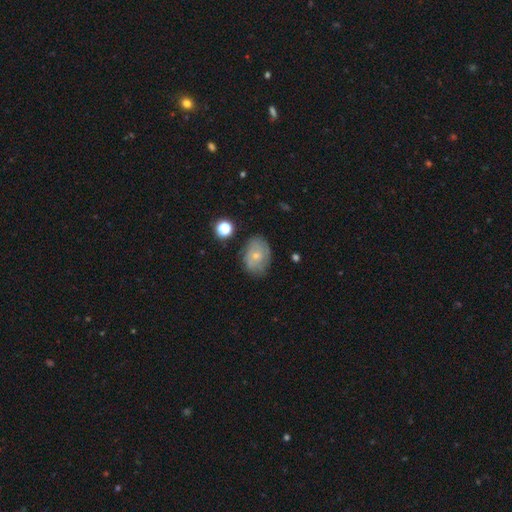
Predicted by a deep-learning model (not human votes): Morphology: type=smooth (48%); merging=none (70%).